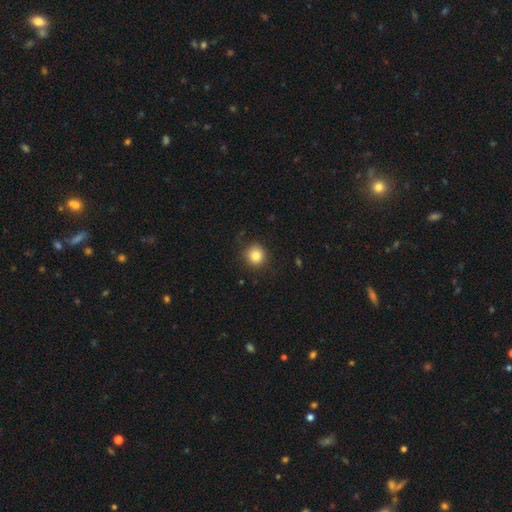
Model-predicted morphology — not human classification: Overall: smooth (84%). How rounded: round (91%). Merging: none (86%).